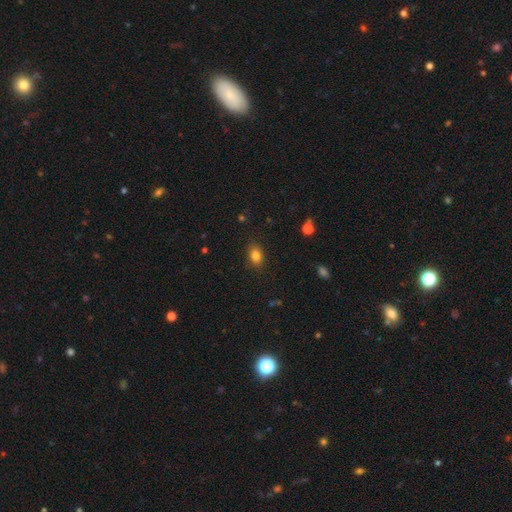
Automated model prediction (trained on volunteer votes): Smooth or featured? Predicted: smooth (p=0.83). How rounded? Predicted: in between (p=0.74). Merging? Predicted: none (p=0.86).